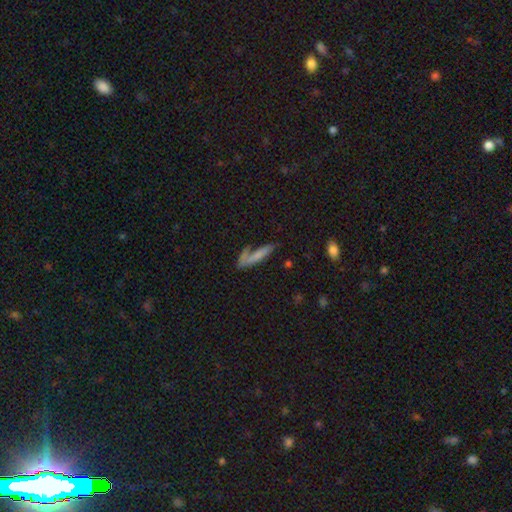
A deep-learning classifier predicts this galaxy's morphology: smooth_or_featured: smooth (p=0.65) [alt: featured or disk p=0.24]
how_rounded: cigar-shaped (p=0.80) [alt: in between p=0.17]
merging: none (p=0.47) [alt: merger p=0.22]